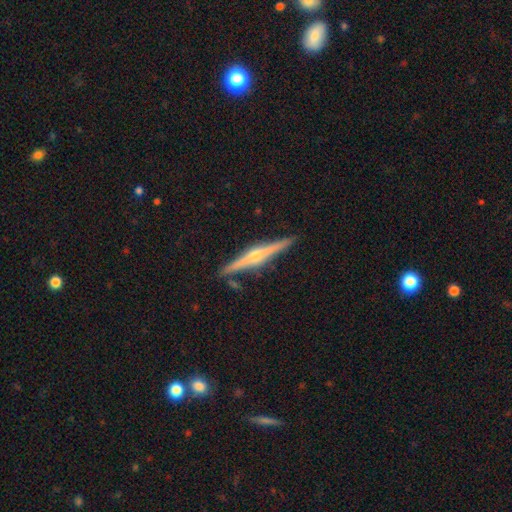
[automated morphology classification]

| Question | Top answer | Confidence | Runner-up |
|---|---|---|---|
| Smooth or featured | featured or disk | 78% | smooth (16%) |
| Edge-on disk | yes | 98% | no (2%) |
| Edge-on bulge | rounded | 89% | none (6%) |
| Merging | none | 89% | minor disturbance (8%) |